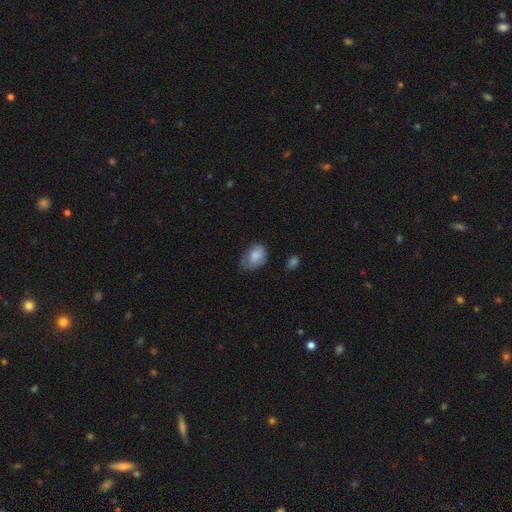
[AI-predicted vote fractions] A smooth galaxy with no disk features (81%) that is in between round and cigar-shaped (75%). Merging: none (54%).